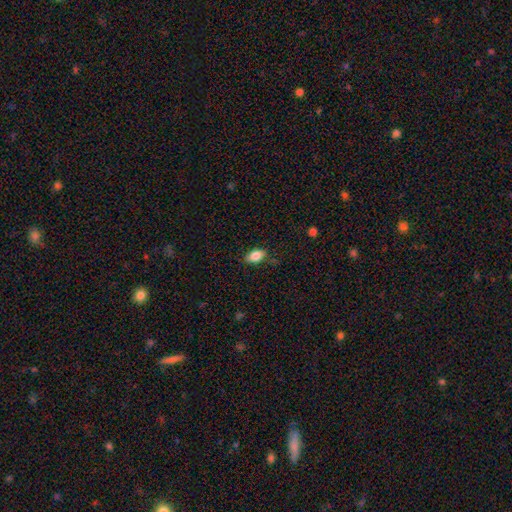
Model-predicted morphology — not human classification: The model was most divided on "merging": none: 81%, minor disturbance: 14%, major disturbance: 3%, merger: 2%. More confident: how rounded — in between (89%); smooth or featured — smooth (83%).